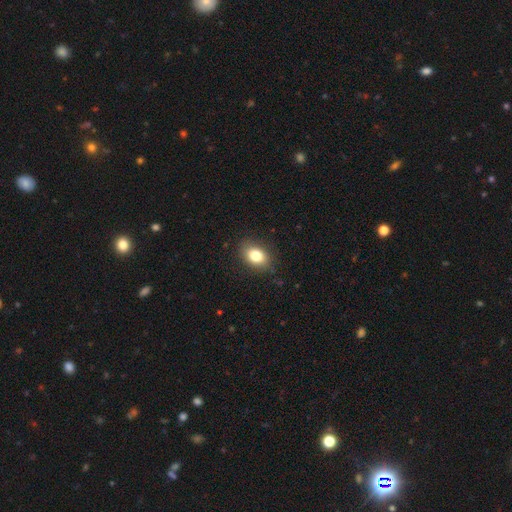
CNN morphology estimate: smooth_or_featured: smooth (p=0.80) [alt: featured or disk p=0.10]
how_rounded: in between (p=0.74) [alt: round p=0.24]
merging: none (p=0.86) [alt: minor disturbance p=0.10]